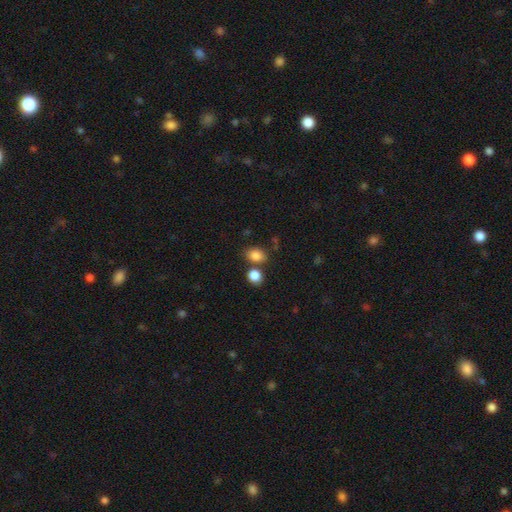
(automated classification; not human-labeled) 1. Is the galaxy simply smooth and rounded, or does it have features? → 84% smooth, 10% star or artifact, 5% featured or disk.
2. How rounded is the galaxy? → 60% in between, 39% round, 1% cigar-shaped.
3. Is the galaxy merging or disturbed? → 66% none, 19% merger, 11% minor disturbance, 4% major disturbance.